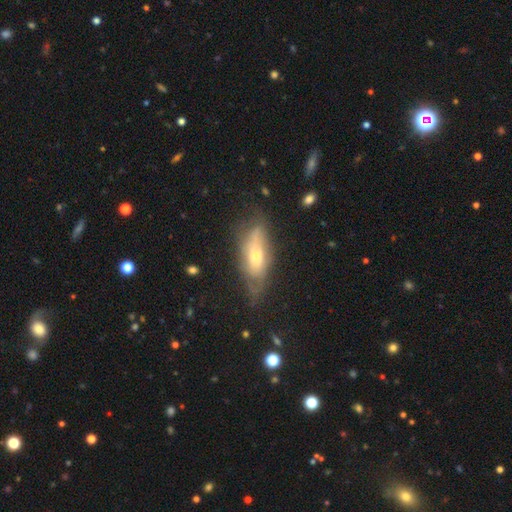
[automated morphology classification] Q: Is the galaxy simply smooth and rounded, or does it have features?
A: featured or disk — 50%.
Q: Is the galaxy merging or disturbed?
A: none — 53%.